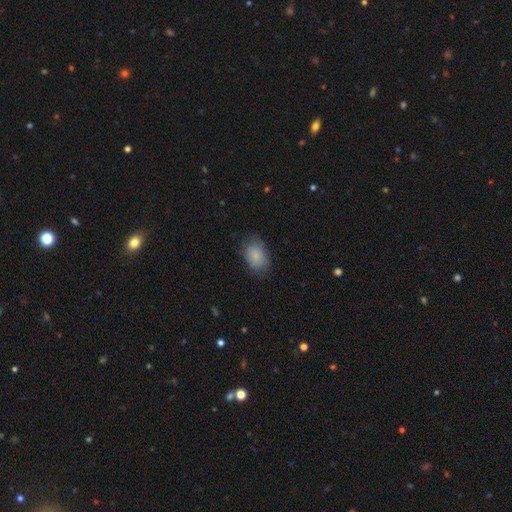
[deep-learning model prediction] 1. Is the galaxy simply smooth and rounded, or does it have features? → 84% smooth, 8% featured or disk, 7% star or artifact.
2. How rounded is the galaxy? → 84% in between, 15% round, 1% cigar-shaped.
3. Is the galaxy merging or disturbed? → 73% none, 20% minor disturbance, 6% major disturbance, 1% merger.